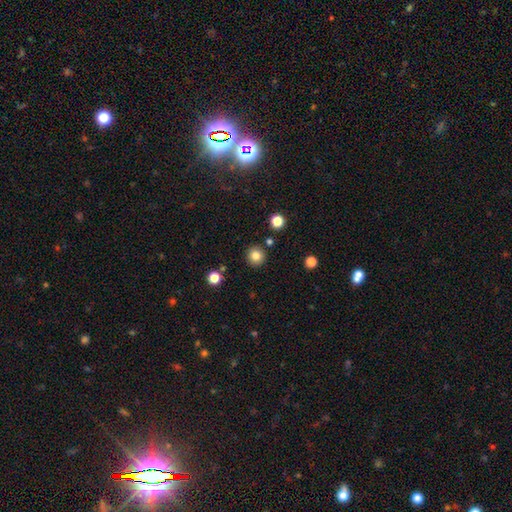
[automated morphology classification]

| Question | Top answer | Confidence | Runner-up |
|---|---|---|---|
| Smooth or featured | smooth | 83% | star or artifact (11%) |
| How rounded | round | 94% | in between (5%) |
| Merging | none | 89% | minor disturbance (6%) |